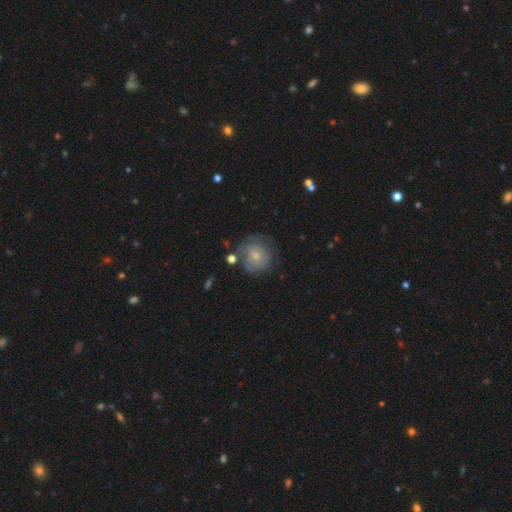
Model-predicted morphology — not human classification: smooth-or-featured: smooth: 51% | featured or disk: 41% | star or artifact: 8%
  how-rounded: round: 87% | in between: 12% | cigar-shaped: 1%
  merging: none: 58% | minor disturbance: 24% | major disturbance: 14% | merger: 5%